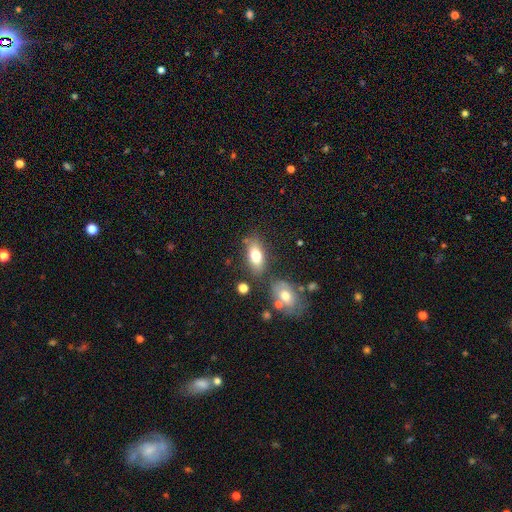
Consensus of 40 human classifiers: smooth 62%, featured or disk 30%, star or artifact 8%. Down the decision tree: how rounded — in between (80%); merging — none (76%).